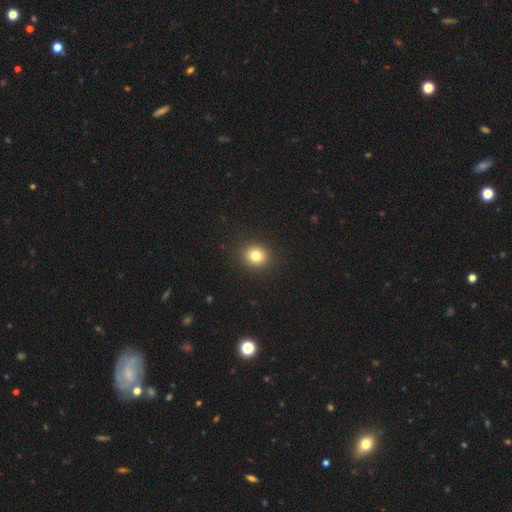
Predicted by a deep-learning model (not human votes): Overall: smooth (81%). How rounded: round (84%). Merging: none (91%).